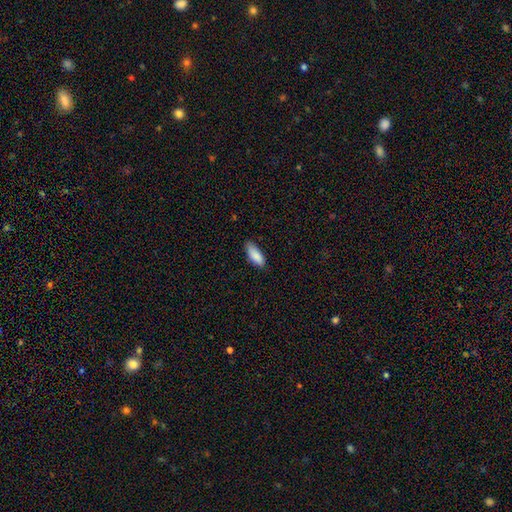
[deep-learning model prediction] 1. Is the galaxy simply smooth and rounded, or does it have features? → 88% smooth, 6% star or artifact, 6% featured or disk.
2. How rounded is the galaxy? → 76% in between, 22% cigar-shaped, 2% round.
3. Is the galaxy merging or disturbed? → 79% none, 17% minor disturbance, 2% major disturbance, 1% merger.